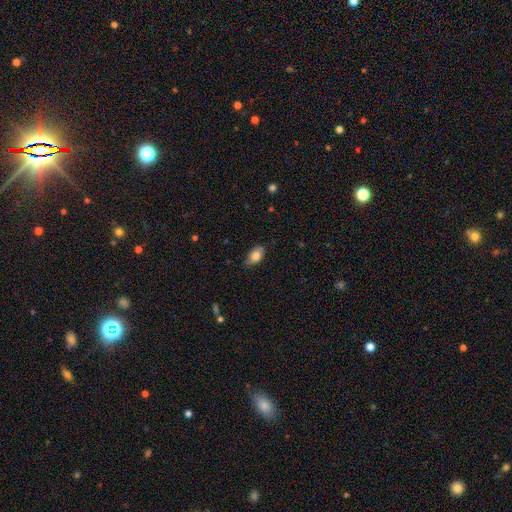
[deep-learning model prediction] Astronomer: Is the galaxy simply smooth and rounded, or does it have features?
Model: smooth — 77%.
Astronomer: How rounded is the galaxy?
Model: in between — 90%.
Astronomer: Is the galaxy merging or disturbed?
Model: none — 74%.